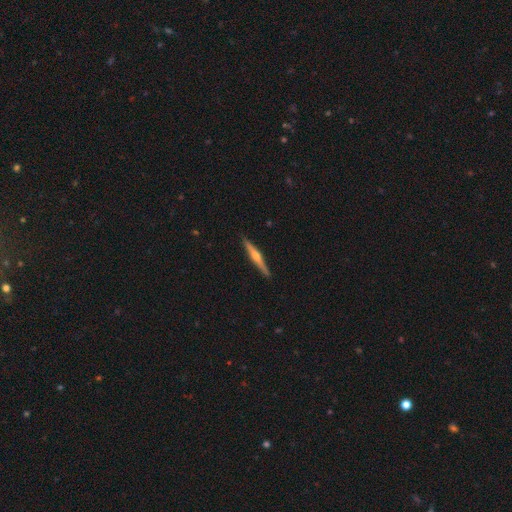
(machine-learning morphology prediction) This appears to be a featured or disk galaxy (73%) viewed edge-on (98%) with a rounded central bulge (90%). Merging: none (92%).